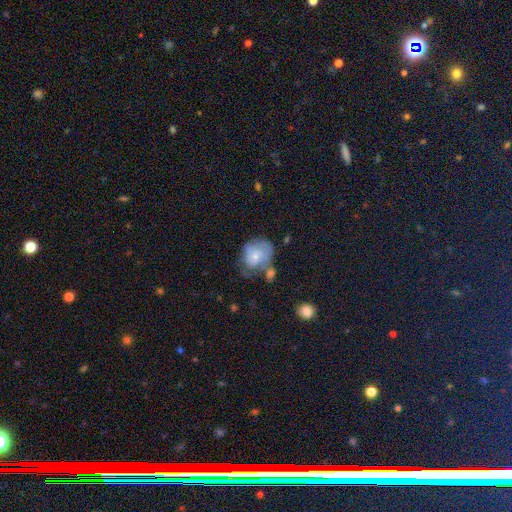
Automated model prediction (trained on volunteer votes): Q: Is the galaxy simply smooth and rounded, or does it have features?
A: smooth — 57%.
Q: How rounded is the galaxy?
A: round — 53%.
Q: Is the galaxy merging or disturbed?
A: none — 32%.